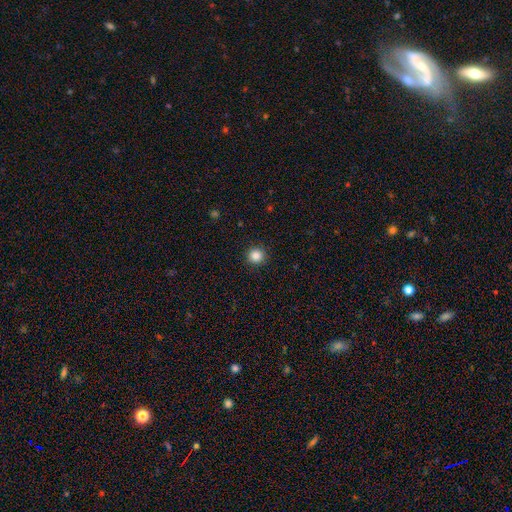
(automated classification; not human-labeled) Smooth or featured?
  - smooth: 86% *
  - star or artifact: 11%
  - featured or disk: 4%
How rounded?
  - round: 95% *
  - in between: 4%
  - cigar-shaped: 1%
Merging?
  - none: 92% *
  - minor disturbance: 5%
  - major disturbance: 2%
  - merger: 1%